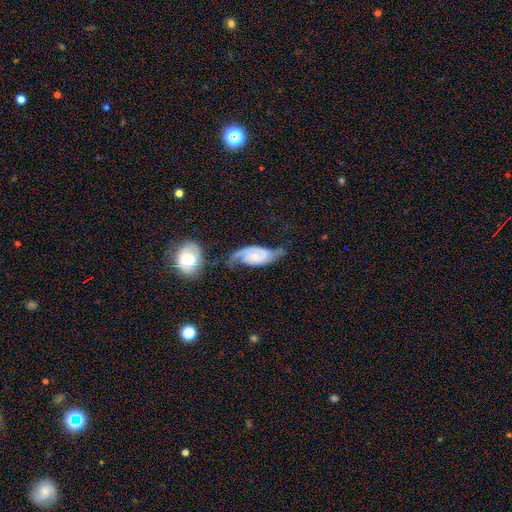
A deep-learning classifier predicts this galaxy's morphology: A featured or disk galaxy (76%) with no bar (66%), 2 (80%) medium (40%) spiral arms (93%) and a small central bulge (57%).

Vote fractions:
- Smooth or featured? featured or disk: 76% / smooth: 17% / star or artifact: 6%
- Edge-on disk? no: 95% / yes: 5%
- Bar? no: 66% / weak: 28% / strong: 7%
- Spiral arms? yes: 93% / no: 7%
- Spiral winding? medium: 40% / loose: 35% / tight: 25%
- Spiral arm count? 2: 80% / 1: 10% / can't tell: 6% / 3: 1% / 4: 1% / more than 4: 1%
- Bulge size? small: 57% / moderate: 31% / none: 7% / large: 4% / dominant: 2%
- Merging? none: 40% / minor disturbance: 25% / major disturbance: 24% / merger: 11%